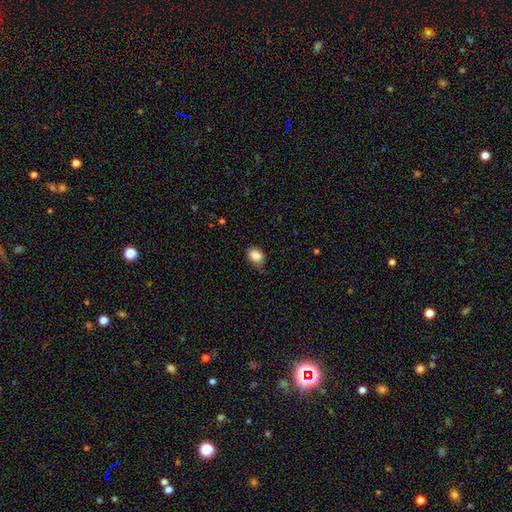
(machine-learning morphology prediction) The model was most divided on "merging": none: 65%, minor disturbance: 28%, major disturbance: 6%, merger: 1%. More confident: smooth or featured — smooth (87%); how rounded — in between (69%).